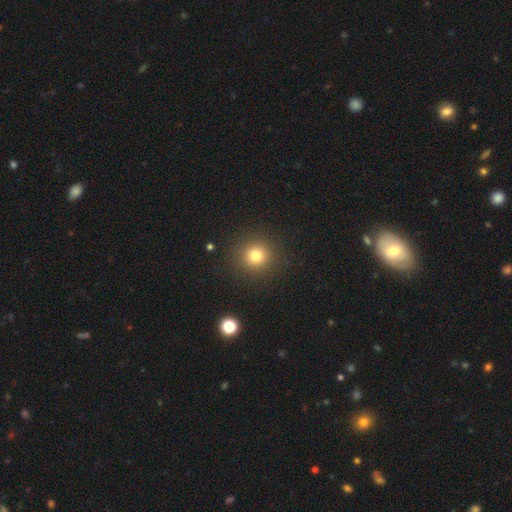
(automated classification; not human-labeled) Smooth or featured? smooth (79%)
How rounded? round (93%)
Merging? none (90%)